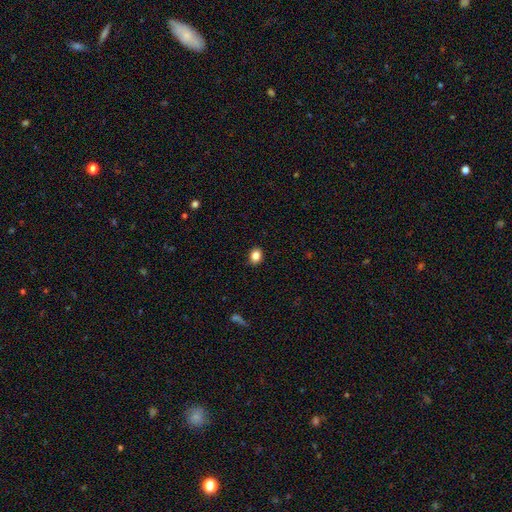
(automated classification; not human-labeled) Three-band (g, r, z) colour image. It shows a smooth galaxy with no disk features (85%) that is in between round and cigar-shaped (53%). Merging: none (88%).